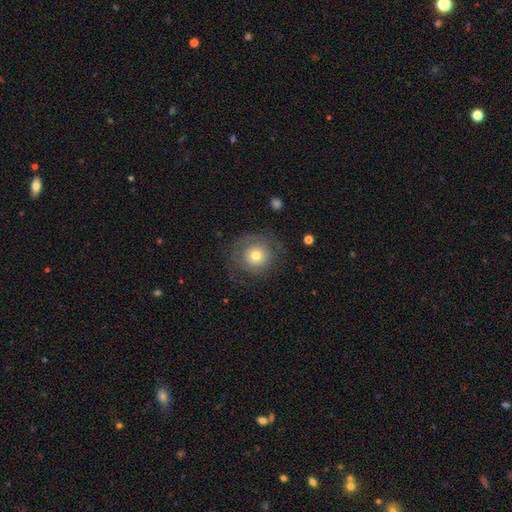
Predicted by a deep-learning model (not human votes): Smooth or featured?
  - smooth: 58% *
  - featured or disk: 33%
  - star or artifact: 9%
How rounded?
  - round: 91% *
  - in between: 8%
  - cigar-shaped: 1%
Merging?
  - none: 69% *
  - minor disturbance: 16%
  - major disturbance: 13%
  - merger: 1%